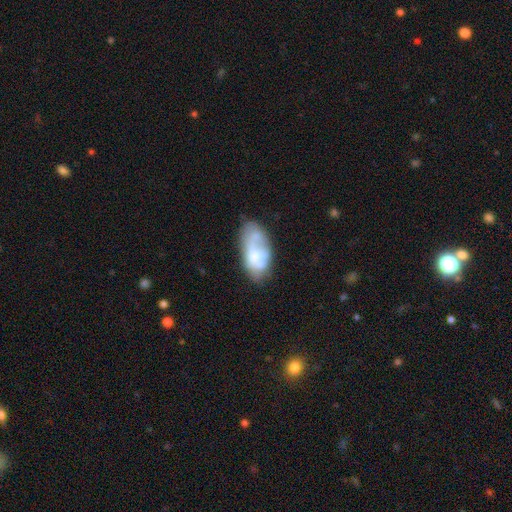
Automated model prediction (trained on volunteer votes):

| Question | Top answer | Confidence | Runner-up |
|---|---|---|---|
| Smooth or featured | smooth | 50% | featured or disk (42%) |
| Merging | none | 40% | minor disturbance (26%) |